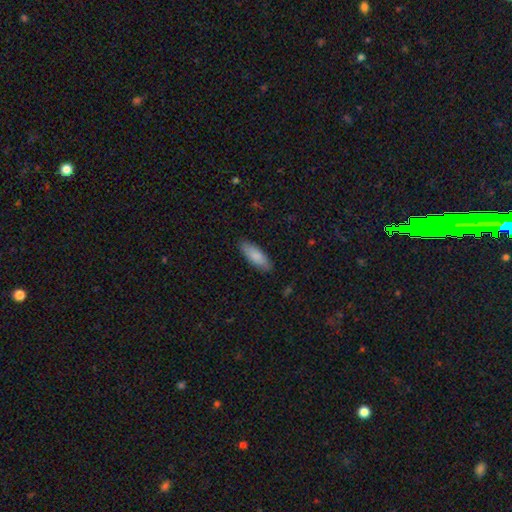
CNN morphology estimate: A smooth galaxy with no disk features (85%) that is in between round and cigar-shaped (67%). Merging: none (86%).